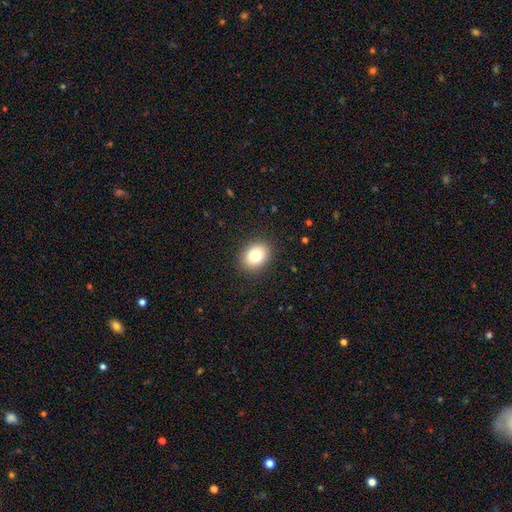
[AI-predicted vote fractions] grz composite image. It shows a smooth galaxy with no disk features (81%) that is in between round and cigar-shaped (60%). Merging: none (89%).